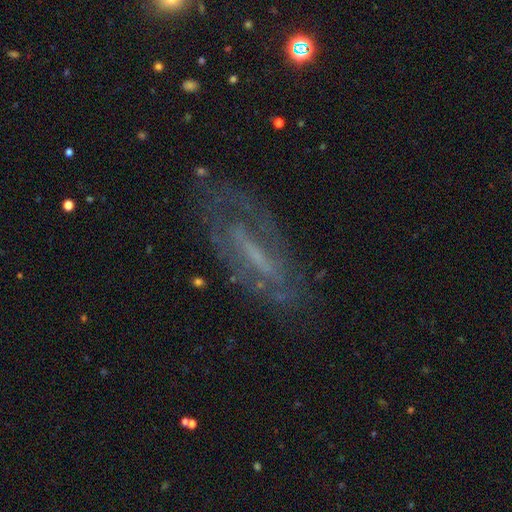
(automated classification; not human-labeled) This is likely a featured or disk galaxy (72%). It is clearly not viewed edge-on (81%). Bar: marginally strong (41%). Spiral arm pattern: likely yes (70%). Central bulge: marginally none (39%). Merging: likely none (68%).